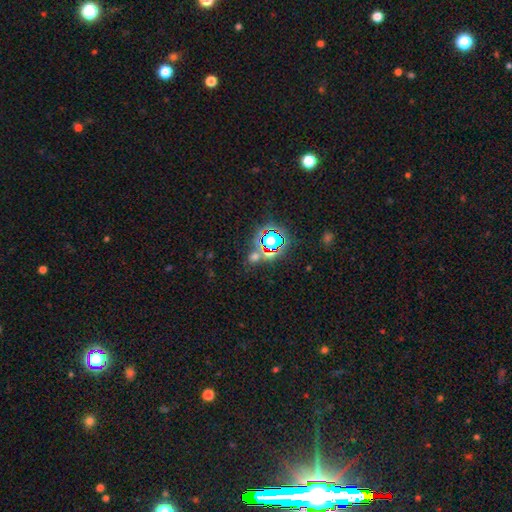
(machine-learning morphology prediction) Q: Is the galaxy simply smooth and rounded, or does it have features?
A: star or artifact — 65%.